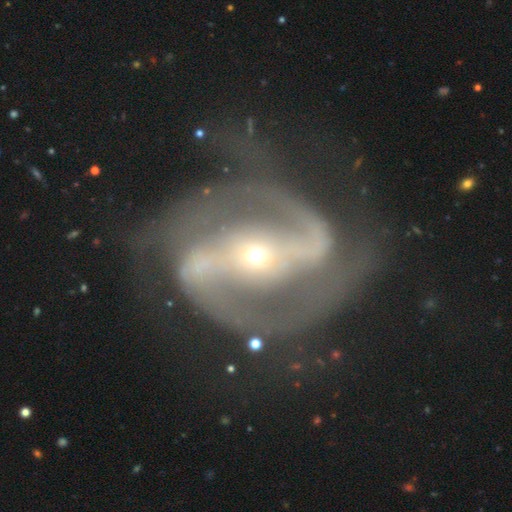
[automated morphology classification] This appears to be a featured or disk galaxy (91%) with a strong bar (63%), 2 (86%) medium (55%) spiral arms (98%) and a small central bulge (76%). Merging: none (68%).